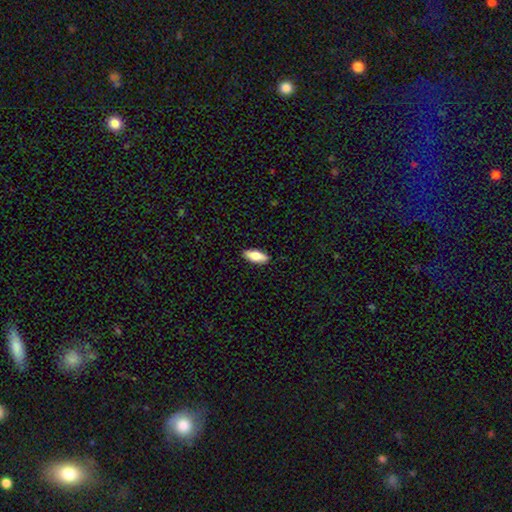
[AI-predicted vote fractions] Q: Smooth or featured?
A: smooth (74%); runner-up: featured or disk (20%)
Q: How rounded?
A: in between (77%); runner-up: cigar-shaped (21%)
Q: Merging?
A: none (90%); runner-up: minor disturbance (8%)